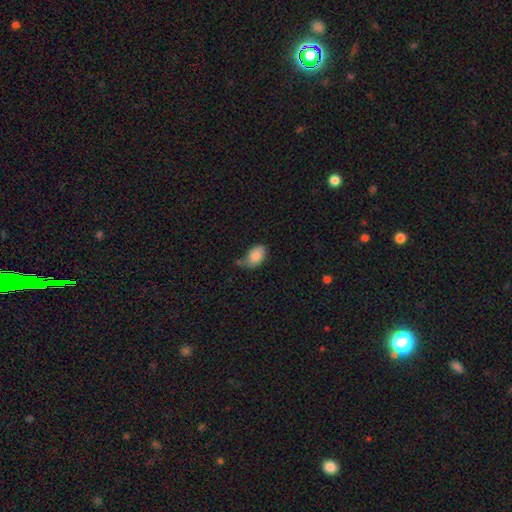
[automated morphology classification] smooth_or_featured: smooth (p=0.86) [alt: star or artifact p=0.07]
how_rounded: in between (p=0.90) [alt: round p=0.09]
merging: none (p=0.56) [alt: minor disturbance p=0.30]